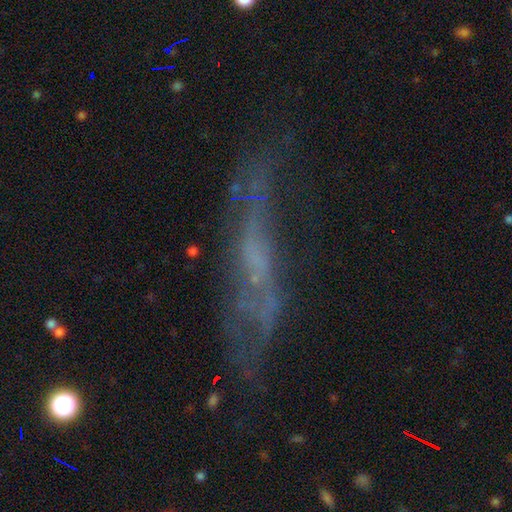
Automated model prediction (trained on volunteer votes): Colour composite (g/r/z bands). It shows a featured or disk galaxy (60%). Merging: none (52%).